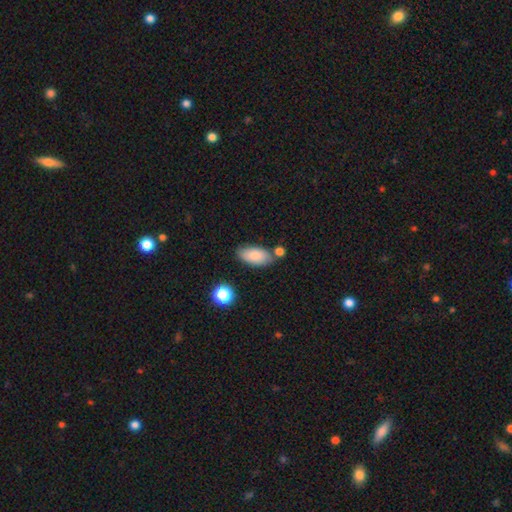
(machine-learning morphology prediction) Smooth or featured?
  - smooth: 86% *
  - featured or disk: 7%
  - star or artifact: 7%
How rounded?
  - in between: 91% *
  - cigar-shaped: 6%
  - round: 3%
Merging?
  - none: 71% *
  - minor disturbance: 14%
  - merger: 11%
  - major disturbance: 4%